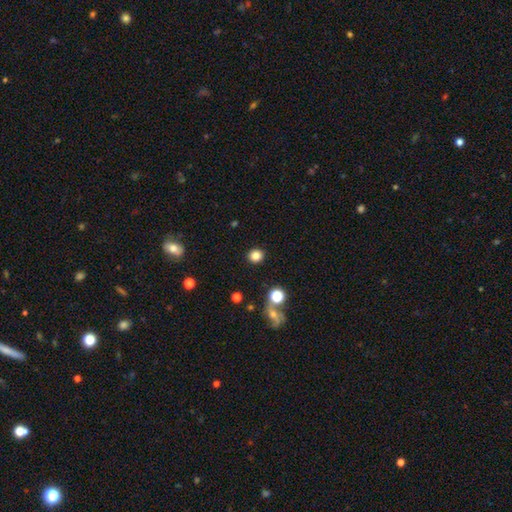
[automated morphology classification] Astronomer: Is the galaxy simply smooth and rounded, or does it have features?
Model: smooth — 83%.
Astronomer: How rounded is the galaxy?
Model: round — 88%.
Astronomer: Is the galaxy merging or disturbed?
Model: none — 90%.